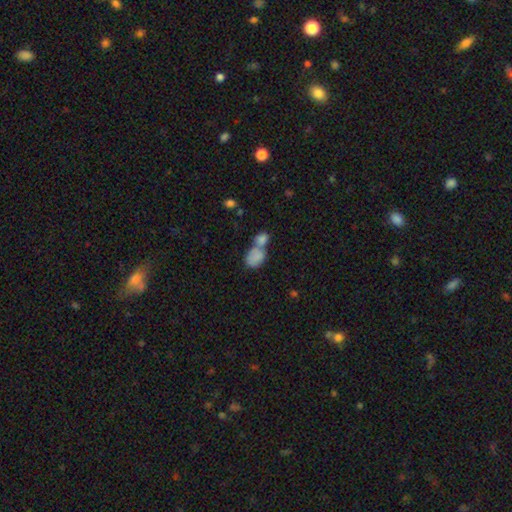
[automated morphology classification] type=smooth (81%); roundness=in between (77%); merging=merger (67%).